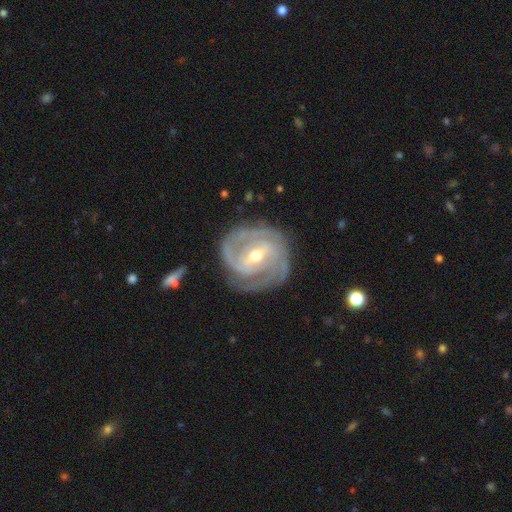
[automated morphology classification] featured or disk 90%, smooth 6%, star or artifact 4%. Down the decision tree: edge-on disk — no (97%); bar — weak (49%); spiral arms — yes (97%); spiral arm count — 2 (44%); spiral winding — tight (64%); bulge size — moderate (59%); merging — none (76%).